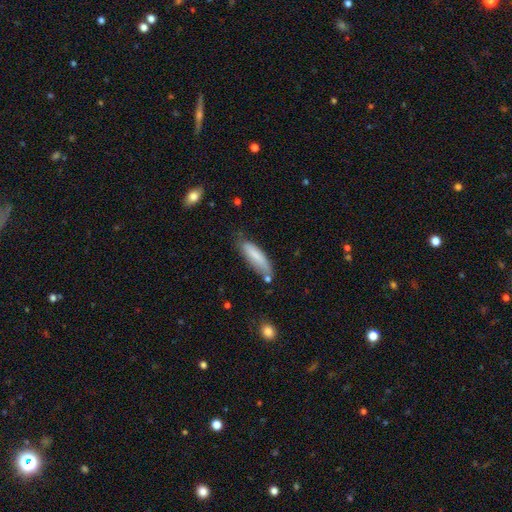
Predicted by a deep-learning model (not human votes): smooth_or_featured: smooth (p=0.78) [alt: featured or disk p=0.15]
how_rounded: cigar-shaped (p=0.59) [alt: in between p=0.40]
merging: none (p=0.65) [alt: minor disturbance p=0.24]